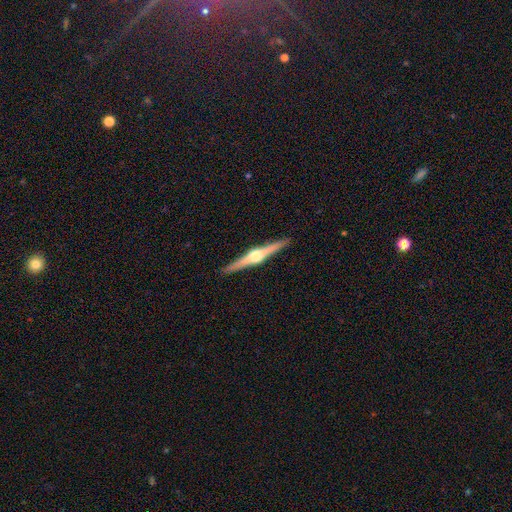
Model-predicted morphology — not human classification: This is clearly a featured or disk galaxy (84%). It is clearly viewed edge-on (99%). Edge-on bulge: clearly rounded (95%). Merging: clearly none (92%).